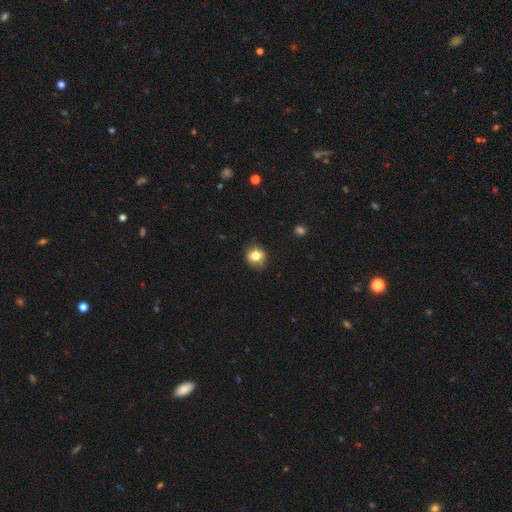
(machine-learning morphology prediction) Smooth or featured? Predicted: smooth (p=0.78). How rounded? Predicted: round (p=0.76). Merging? Predicted: none (p=0.84).